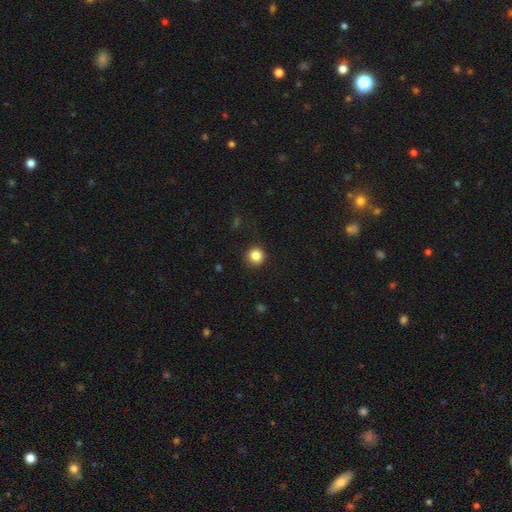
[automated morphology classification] smooth 85%, star or artifact 11%, featured or disk 4%. Down the decision tree: how rounded — round (95%); merging — none (91%).